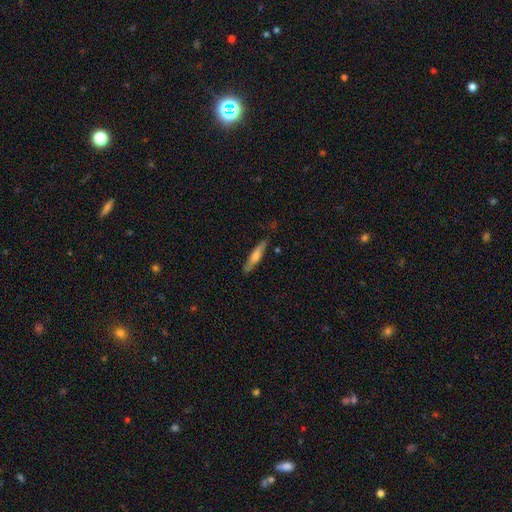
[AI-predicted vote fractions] This is possibly a featured or disk galaxy (51%). It is clearly viewed edge-on (92%). Merging: clearly none (83%).